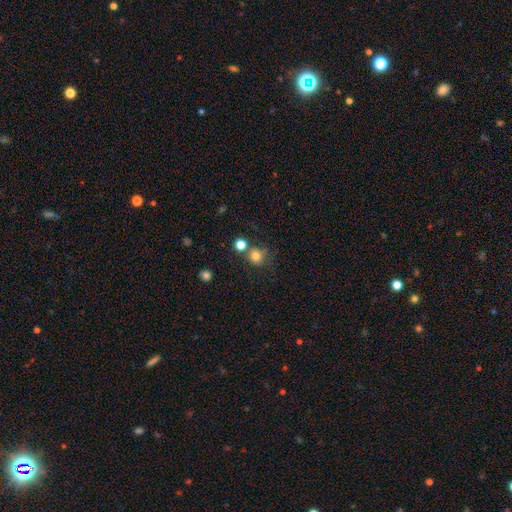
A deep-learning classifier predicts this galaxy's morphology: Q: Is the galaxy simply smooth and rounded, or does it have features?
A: smooth — 79%.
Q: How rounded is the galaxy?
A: round — 86%.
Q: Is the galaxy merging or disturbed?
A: none — 62%.